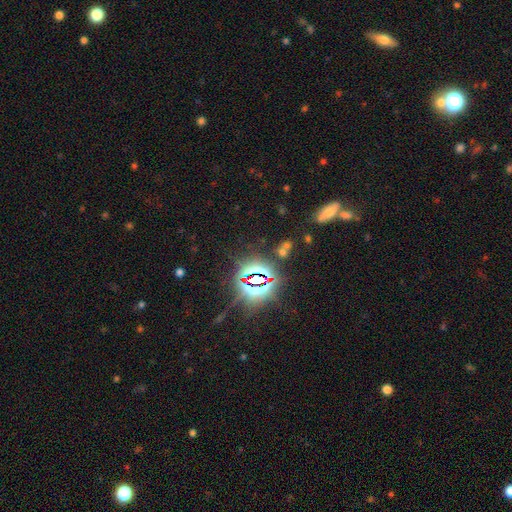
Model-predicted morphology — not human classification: Smooth or featured? star or artifact (78%)